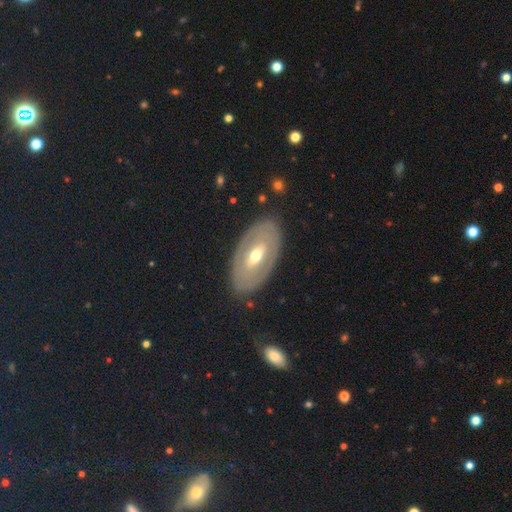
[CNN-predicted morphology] A featured or disk galaxy (63%) with no bar (50%), no spiral arms (77%) and a moderate central bulge (63%). Merging: none (84%).